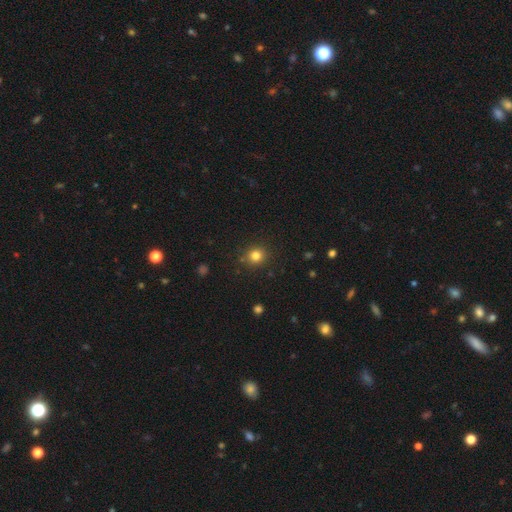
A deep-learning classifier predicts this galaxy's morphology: Smooth or featured? Predicted: smooth (p=0.81). How rounded? Predicted: round (p=0.88). Merging? Predicted: none (p=0.87).